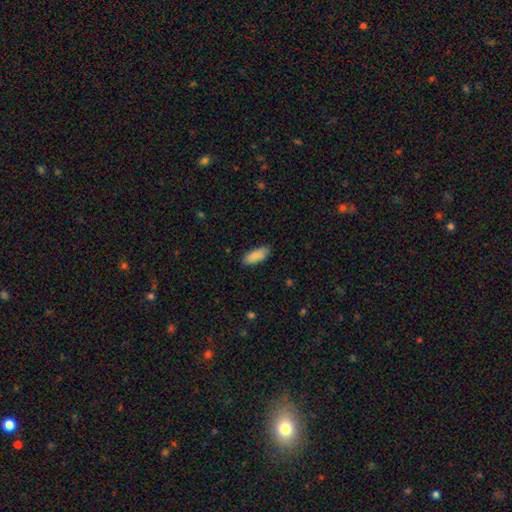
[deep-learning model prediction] Q: Smooth or featured?
A: smooth (89%); runner-up: star or artifact (6%)
Q: How rounded?
A: in between (75%); runner-up: cigar-shaped (23%)
Q: Merging?
A: none (87%); runner-up: minor disturbance (10%)